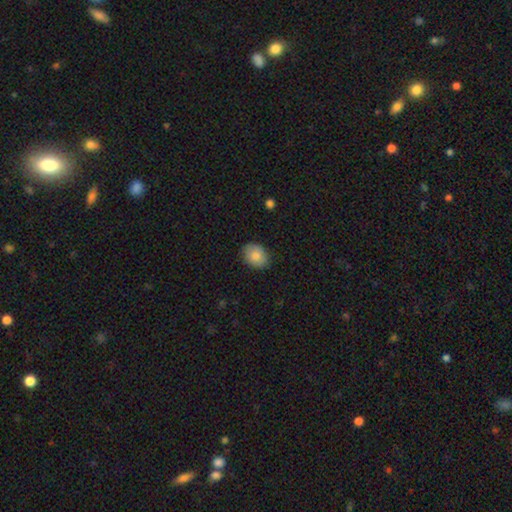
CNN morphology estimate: type=smooth (85%); roundness=in between (63%); merging=none (85%).